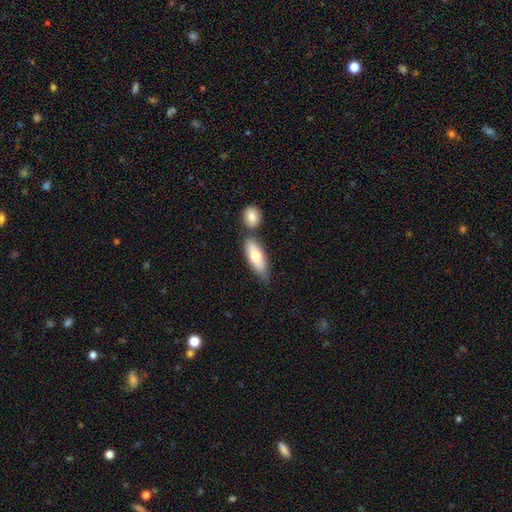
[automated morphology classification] Smooth or featured?
  - smooth: 70% *
  - featured or disk: 24%
  - star or artifact: 6%
How rounded?
  - in between: 63% *
  - cigar-shaped: 34%
  - round: 3%
Merging?
  - none: 57% *
  - merger: 25%
  - minor disturbance: 15%
  - major disturbance: 3%